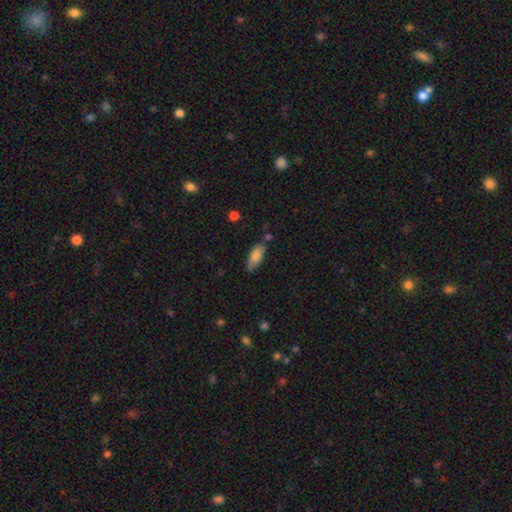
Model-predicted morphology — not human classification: A smooth galaxy with no disk features (78%) that is in between round and cigar-shaped (75%).

Vote fractions:
- Smooth or featured? smooth: 78% / featured or disk: 16% / star or artifact: 7%
- How rounded? in between: 75% / cigar-shaped: 23% / round: 2%
- Merging? none: 68% / minor disturbance: 23% / merger: 5% / major disturbance: 4%